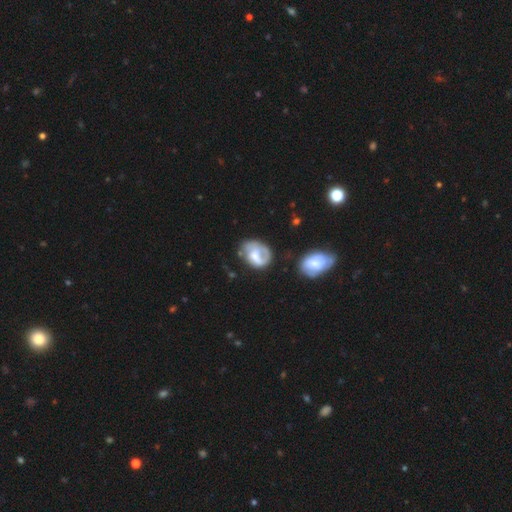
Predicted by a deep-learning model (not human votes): Smooth or featured? Predicted: featured or disk (p=0.48). Merging? Predicted: none (p=0.43).